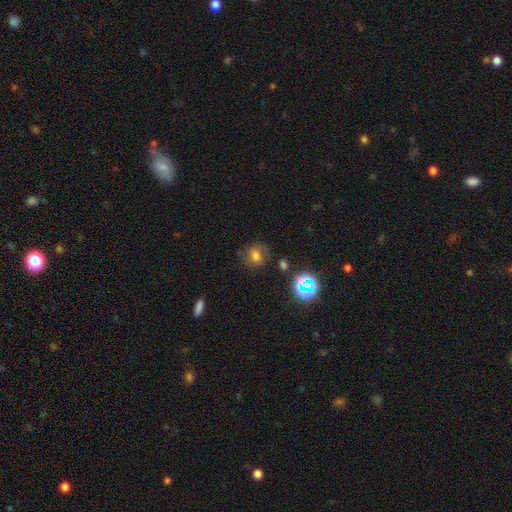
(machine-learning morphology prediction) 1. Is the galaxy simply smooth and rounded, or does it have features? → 55% smooth, 23% featured or disk, 22% star or artifact.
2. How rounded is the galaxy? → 77% round, 22% in between, 1% cigar-shaped.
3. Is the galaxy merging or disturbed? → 72% none, 17% minor disturbance, 8% major disturbance, 4% merger.